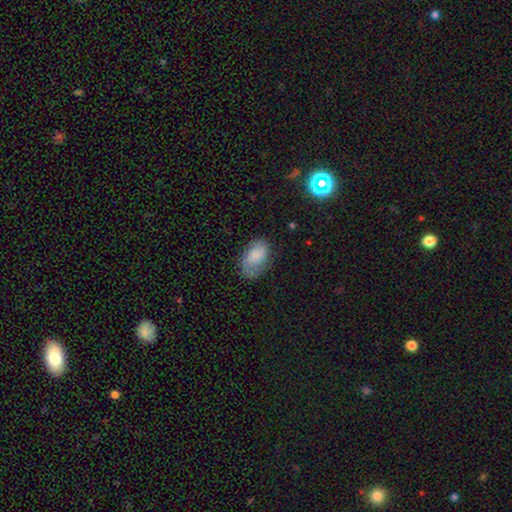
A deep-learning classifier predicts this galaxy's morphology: smooth 71%, featured or disk 21%, star or artifact 8%. Down the decision tree: how rounded — in between (92%); merging — none (58%).